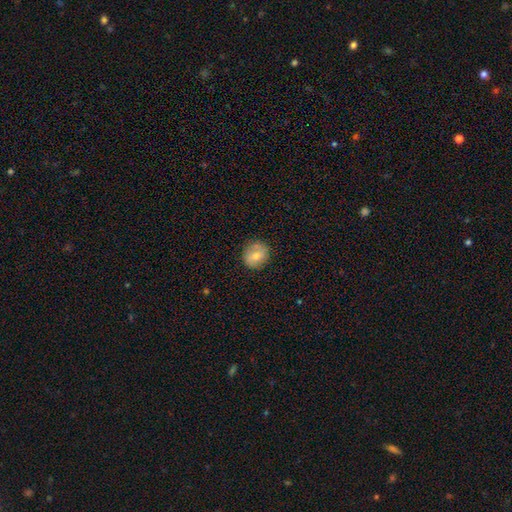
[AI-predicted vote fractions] This is likely a smooth galaxy (73%). How rounded: likely round (75%). Merging: clearly none (82%).